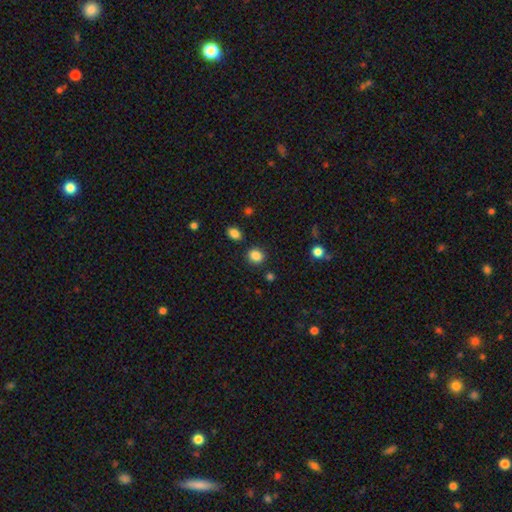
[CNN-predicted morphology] This appears to be a smooth galaxy with no disk features (86%) that is round (68%). Merging: none (85%).